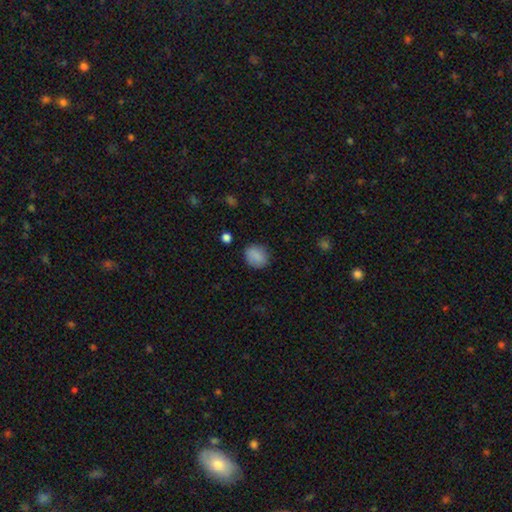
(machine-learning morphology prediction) This appears to be a smooth galaxy with no disk features (86%) that is round (65%). Merging: none (84%).